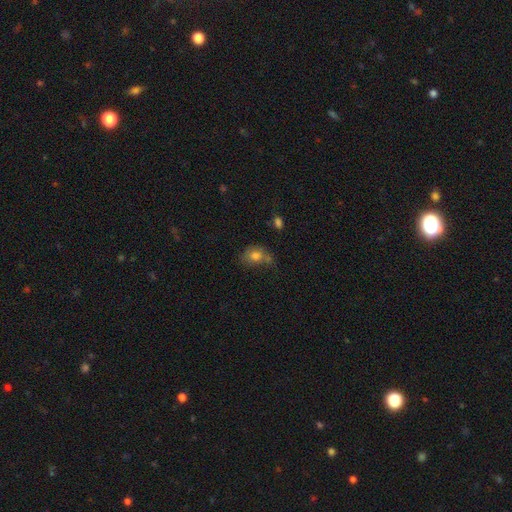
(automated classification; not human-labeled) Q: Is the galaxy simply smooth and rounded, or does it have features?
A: smooth — 76%.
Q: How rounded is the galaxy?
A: in between — 55%.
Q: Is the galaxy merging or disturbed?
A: none — 44%.